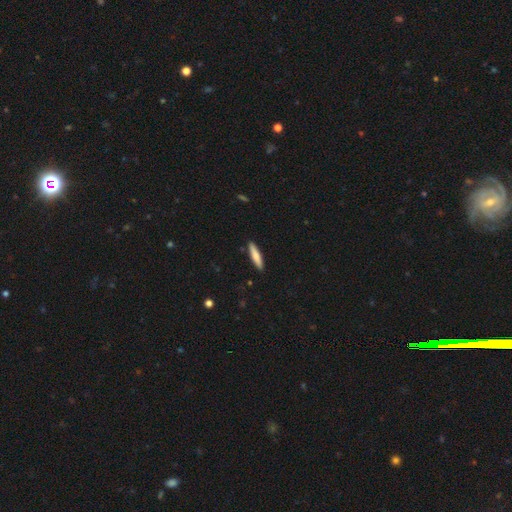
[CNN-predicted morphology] type=smooth (74%); roundness=cigar-shaped (86%); merging=none (90%).